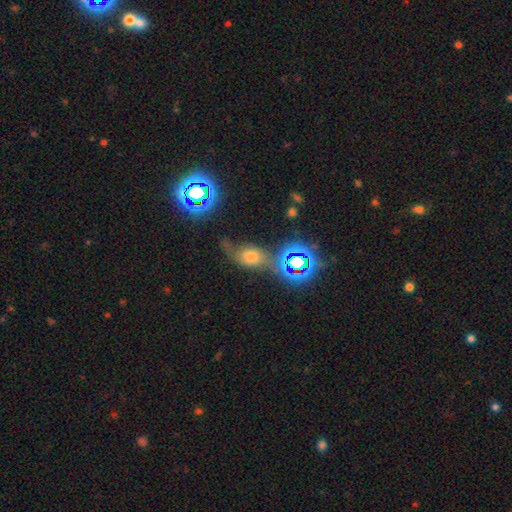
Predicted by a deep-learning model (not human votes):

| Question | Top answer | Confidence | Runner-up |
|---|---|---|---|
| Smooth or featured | star or artifact | 37% | smooth (36%) |